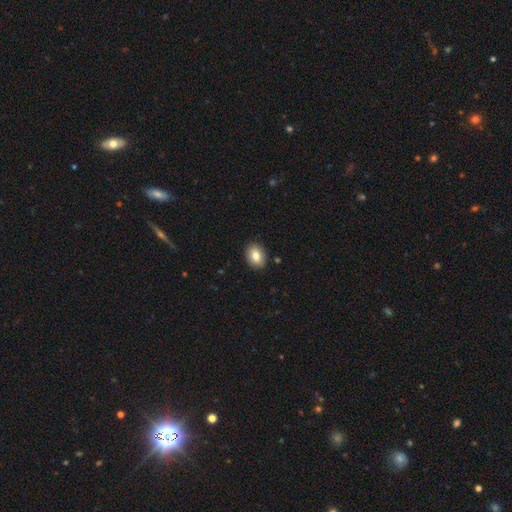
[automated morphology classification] A smooth galaxy with no disk features (80%) that is in between round and cigar-shaped (69%).

Vote fractions:
- Smooth or featured? smooth: 80% / featured or disk: 12% / star or artifact: 8%
- How rounded? in between: 69% / round: 30% / cigar-shaped: 1%
- Merging? none: 90% / minor disturbance: 7% / major disturbance: 2% / merger: 1%